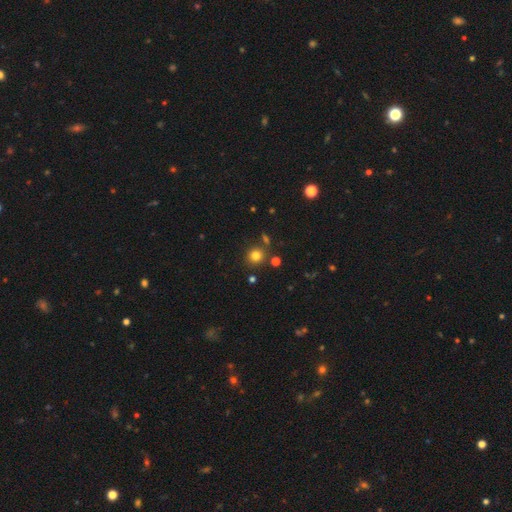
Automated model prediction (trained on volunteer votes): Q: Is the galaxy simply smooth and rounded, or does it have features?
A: smooth — 79%.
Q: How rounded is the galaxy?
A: round — 89%.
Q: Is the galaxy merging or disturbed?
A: none — 82%.